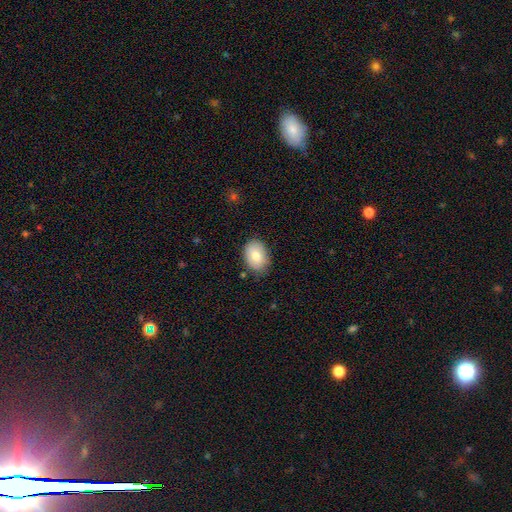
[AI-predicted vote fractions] smooth_or_featured: smooth (p=0.76) [alt: featured or disk p=0.17]
how_rounded: in between (p=0.79) [alt: round p=0.20]
merging: none (p=0.80) [alt: minor disturbance p=0.16]